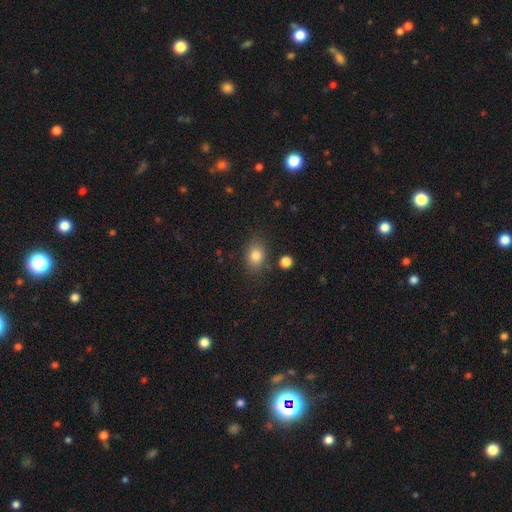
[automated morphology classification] smooth 82%, star or artifact 10%, featured or disk 8%. Down the decision tree: how rounded — in between (69%); merging — none (80%).